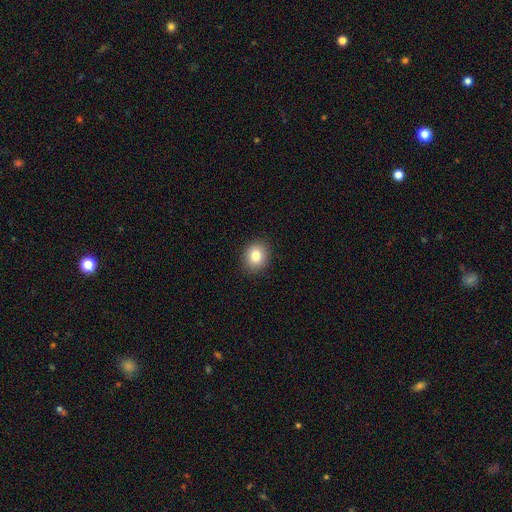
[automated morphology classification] Overall: smooth (83%). How rounded: round (68%; in between 32%). Merging: none (90%).